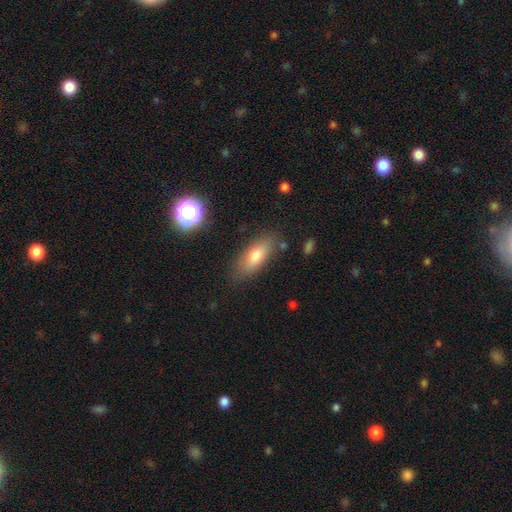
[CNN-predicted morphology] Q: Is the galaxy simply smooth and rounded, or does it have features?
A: smooth — 72%.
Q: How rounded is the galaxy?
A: in between — 70%.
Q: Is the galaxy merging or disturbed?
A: none — 81%.